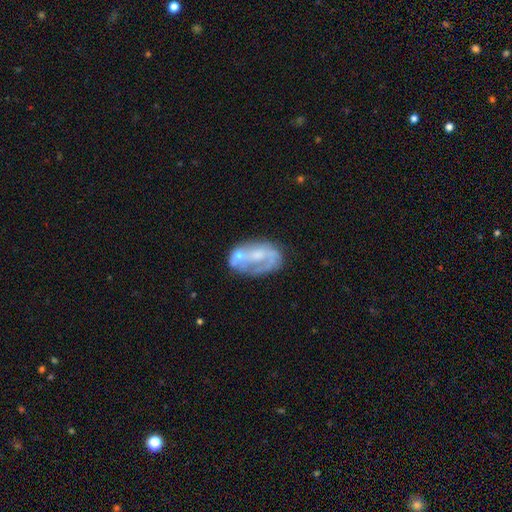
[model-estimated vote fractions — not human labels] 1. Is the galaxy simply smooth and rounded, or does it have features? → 65% featured or disk, 27% smooth, 8% star or artifact.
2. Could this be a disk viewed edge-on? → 97% no, 3% yes.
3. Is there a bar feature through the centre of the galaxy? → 67% no, 26% weak, 7% strong.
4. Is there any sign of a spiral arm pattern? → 53% yes, 47% no.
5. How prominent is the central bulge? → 39% small, 34% moderate, 21% none, 4% large, 2% dominant.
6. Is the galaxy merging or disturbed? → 35% none, 26% merger, 19% minor disturbance, 19% major disturbance.